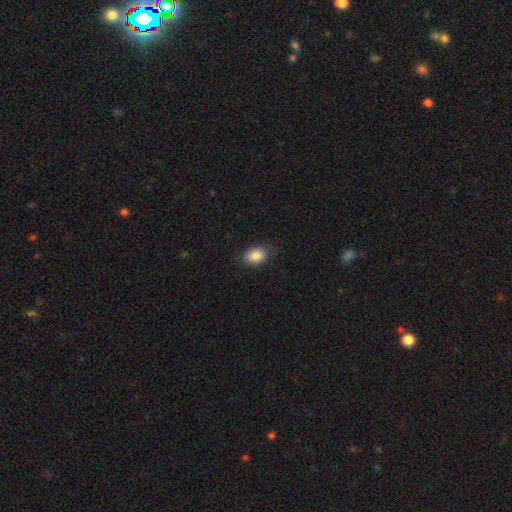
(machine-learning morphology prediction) smooth 88%, star or artifact 8%, featured or disk 4%. Down the decision tree: how rounded — in between (83%); merging — none (83%).